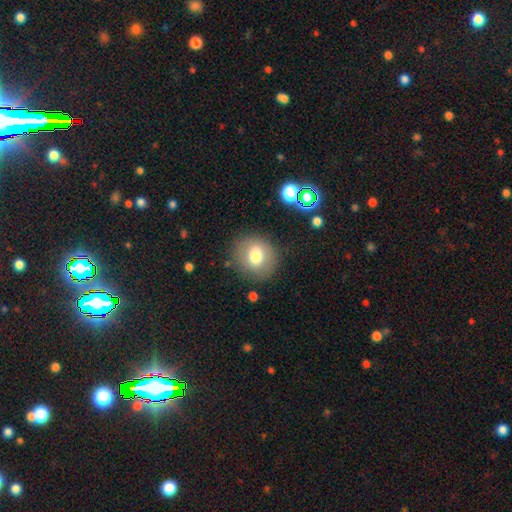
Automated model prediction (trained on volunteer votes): smooth-or-featured: smooth: 72% | featured or disk: 18% | star or artifact: 10%
  how-rounded: round: 83% | in between: 16% | cigar-shaped: 1%
  merging: none: 83% | minor disturbance: 10% | major disturbance: 4% | merger: 2%